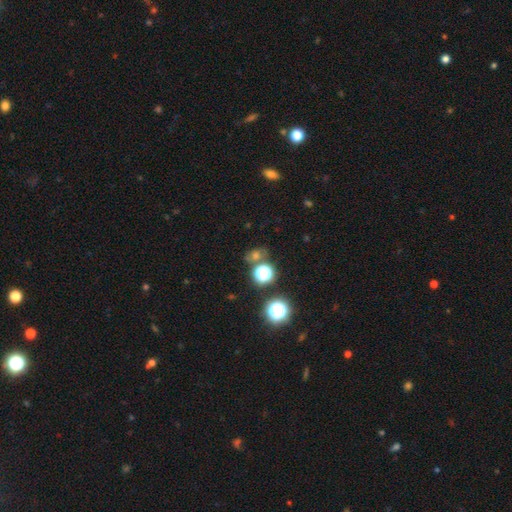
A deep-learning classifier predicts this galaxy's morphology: Smooth or featured?
  - smooth: 47% *
  - star or artifact: 43%
  - featured or disk: 9%
Merging?
  - none: 69% *
  - merger: 14%
  - minor disturbance: 11%
  - major disturbance: 5%